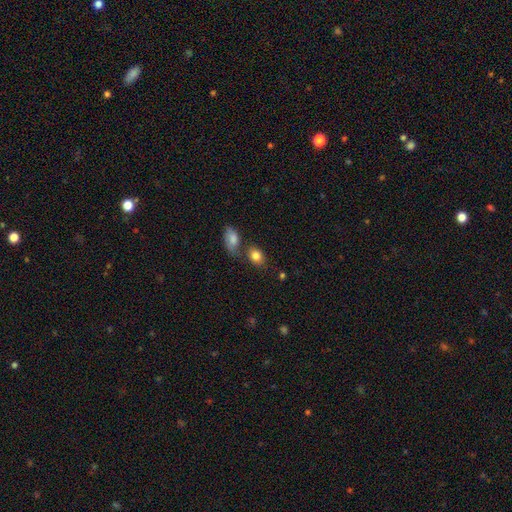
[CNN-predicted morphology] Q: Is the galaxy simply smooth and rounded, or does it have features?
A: smooth — 83%.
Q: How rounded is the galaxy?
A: in between — 65%.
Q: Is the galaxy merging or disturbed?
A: none — 59%.